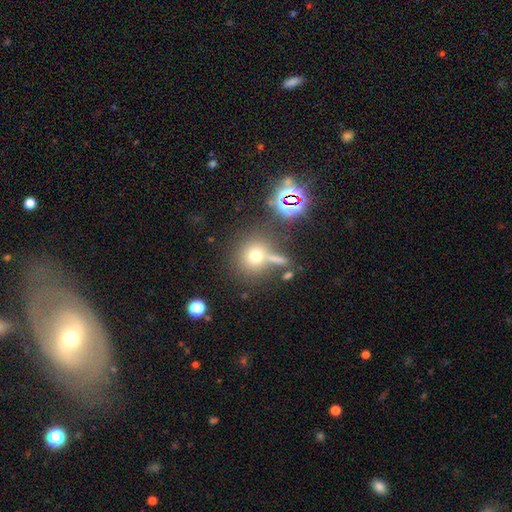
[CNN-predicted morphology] This appears to be a smooth galaxy with no disk features (64%) that is round (85%). Merging: none (59%).